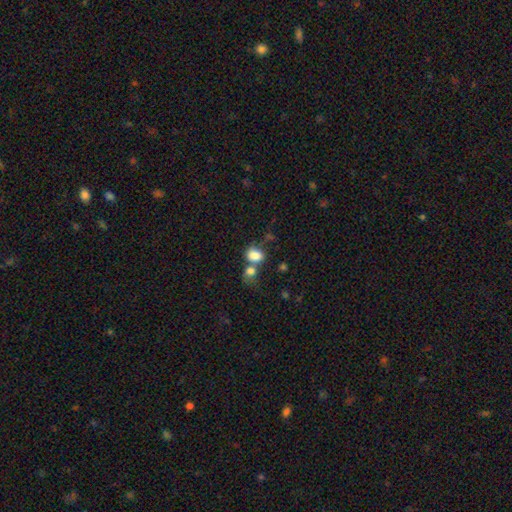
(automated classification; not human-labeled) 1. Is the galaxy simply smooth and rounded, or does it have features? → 81% smooth, 10% star or artifact, 9% featured or disk.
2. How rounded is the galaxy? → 63% in between, 35% round, 1% cigar-shaped.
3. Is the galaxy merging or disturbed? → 48% merger, 33% none, 12% minor disturbance, 8% major disturbance.